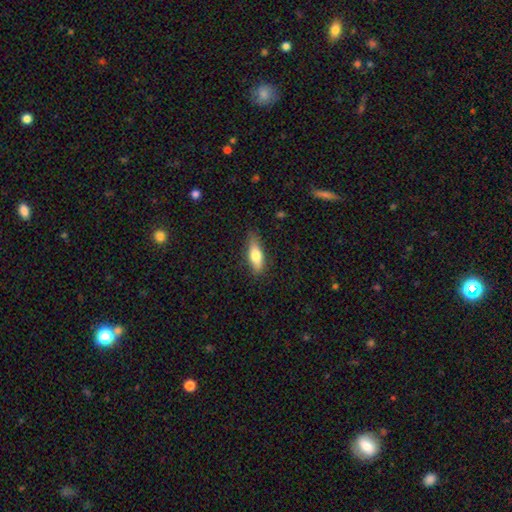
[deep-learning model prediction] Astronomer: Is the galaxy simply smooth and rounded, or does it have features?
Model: smooth — 73%.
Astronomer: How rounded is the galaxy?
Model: in between — 57% (runner-up: cigar-shaped, 40%).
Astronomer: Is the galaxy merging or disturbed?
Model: none — 78%.